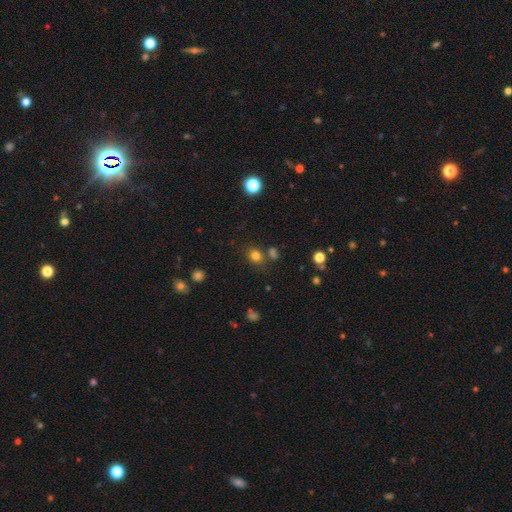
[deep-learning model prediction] This appears to be a smooth galaxy with no disk features (77%) that is round (65%). Merging: none (72%).